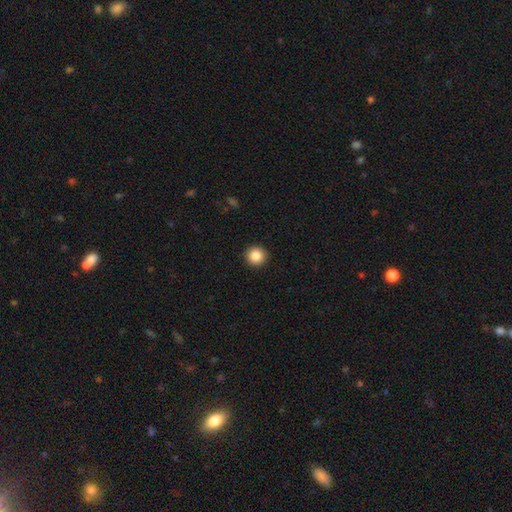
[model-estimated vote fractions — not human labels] Smooth or featured? smooth (87%)
How rounded? round (95%)
Merging? none (93%)